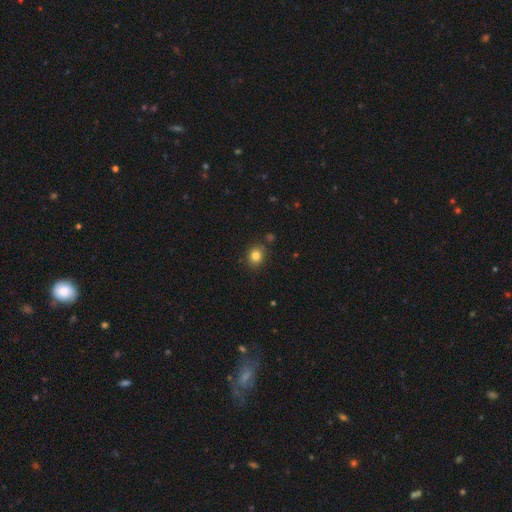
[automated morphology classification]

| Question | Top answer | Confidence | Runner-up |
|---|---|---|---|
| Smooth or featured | smooth | 82% | star or artifact (12%) |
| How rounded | round | 72% | in between (27%) |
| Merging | none | 84% | minor disturbance (10%) |